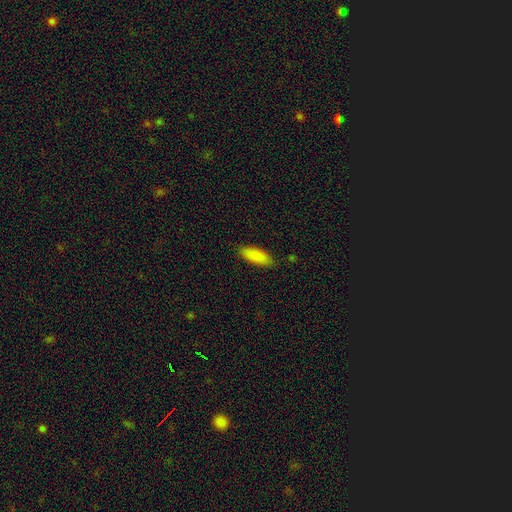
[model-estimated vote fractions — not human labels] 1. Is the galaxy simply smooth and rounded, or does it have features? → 89% smooth, 6% star or artifact, 5% featured or disk.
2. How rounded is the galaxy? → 66% in between, 33% cigar-shaped, 2% round.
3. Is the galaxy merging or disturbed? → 85% none, 11% minor disturbance, 2% major disturbance, 1% merger.